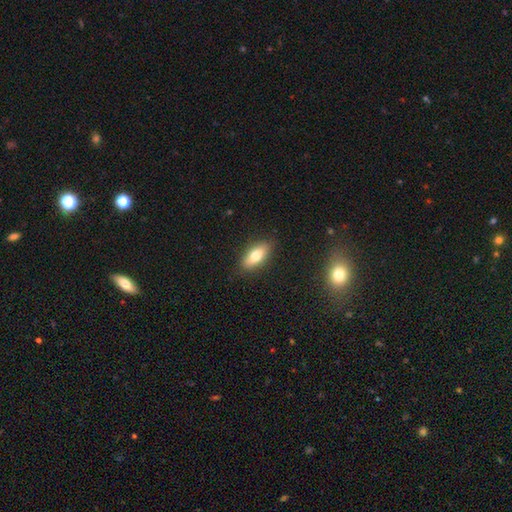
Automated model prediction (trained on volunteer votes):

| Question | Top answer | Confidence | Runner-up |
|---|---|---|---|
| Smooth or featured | smooth | 74% | featured or disk (19%) |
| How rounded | in between | 77% | cigar-shaped (20%) |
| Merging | none | 87% | minor disturbance (10%) |